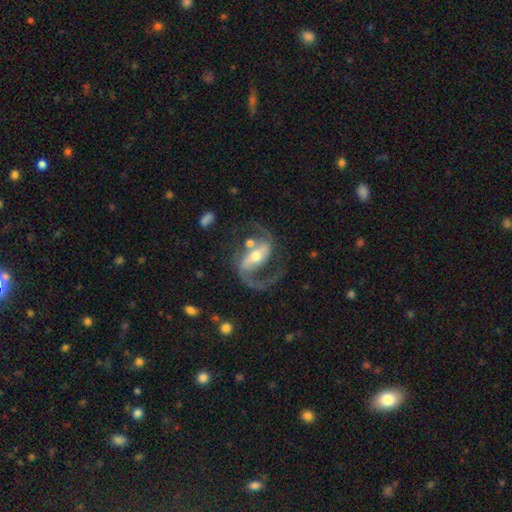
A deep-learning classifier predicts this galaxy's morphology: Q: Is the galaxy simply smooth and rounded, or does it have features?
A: featured or disk — 89%.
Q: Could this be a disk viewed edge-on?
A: no — 97%.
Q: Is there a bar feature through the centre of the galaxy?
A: strong — 52%.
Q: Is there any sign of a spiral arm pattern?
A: yes — 95%.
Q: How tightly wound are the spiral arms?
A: medium — 50%.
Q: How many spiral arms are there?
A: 2 — 88%.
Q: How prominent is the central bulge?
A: moderate — 65%.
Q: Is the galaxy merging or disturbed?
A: none — 58%.